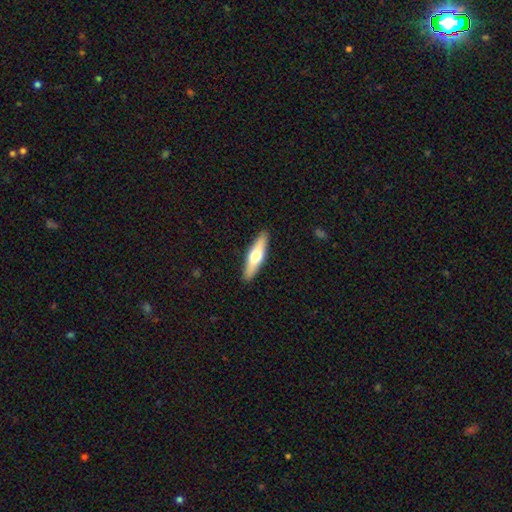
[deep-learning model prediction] This appears to be a smooth galaxy with no disk features (53%) that is cigar-shaped (72%). Merging: none (91%).